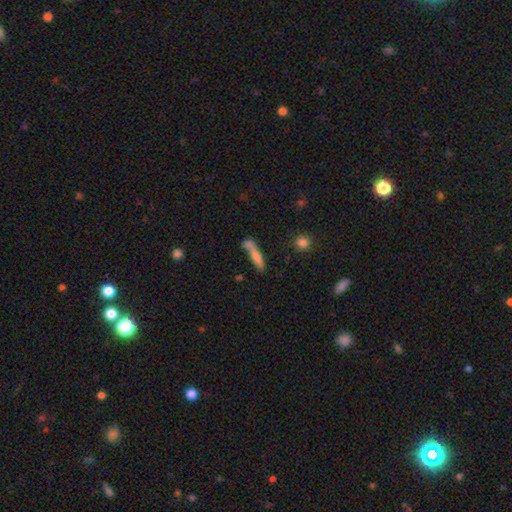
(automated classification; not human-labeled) Overall: smooth (71%). How rounded: cigar-shaped (83%). Merging: none (47%; merger 30%).